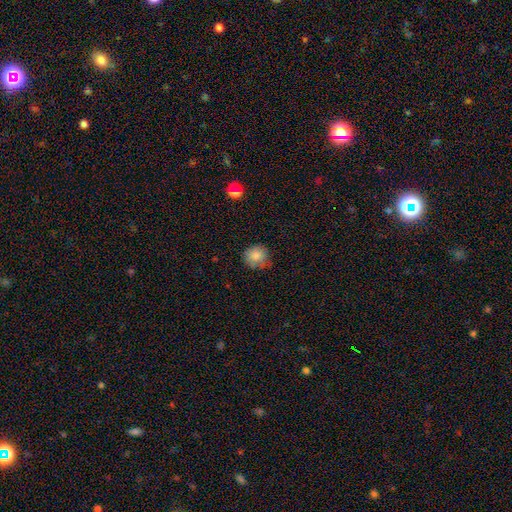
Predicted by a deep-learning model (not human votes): Q: Smooth or featured?
A: smooth (84%); runner-up: star or artifact (9%)
Q: How rounded?
A: round (88%); runner-up: in between (11%)
Q: Merging?
A: none (74%); runner-up: minor disturbance (20%)